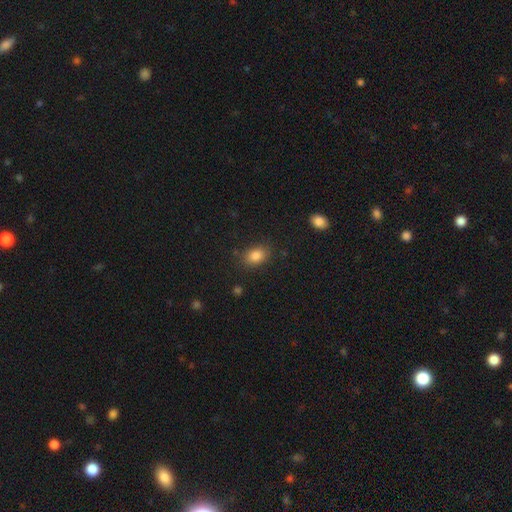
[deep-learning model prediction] A smooth galaxy with no disk features (84%) that is in between round and cigar-shaped (78%).

Vote fractions:
- Smooth or featured? smooth: 84% / star or artifact: 10% / featured or disk: 6%
- How rounded? in between: 78% / round: 20% / cigar-shaped: 2%
- Merging? none: 82% / minor disturbance: 13% / major disturbance: 4% / merger: 2%